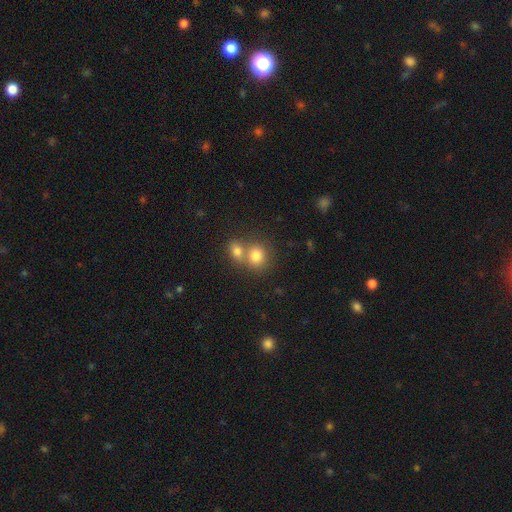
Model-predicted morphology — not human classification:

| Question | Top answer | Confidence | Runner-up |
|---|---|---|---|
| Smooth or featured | smooth | 79% | star or artifact (11%) |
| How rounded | round | 73% | in between (26%) |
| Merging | merger | 55% | none (35%) |